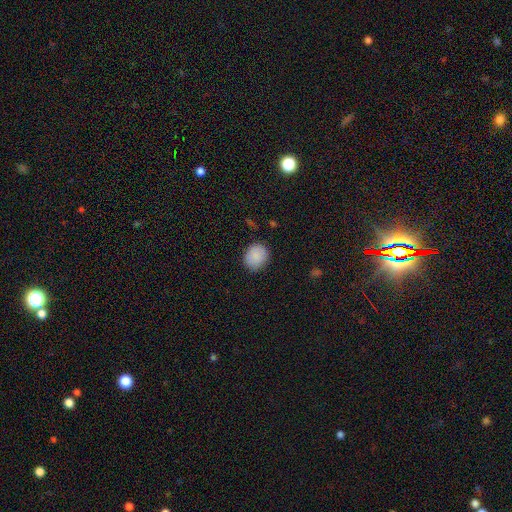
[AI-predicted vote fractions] smooth-or-featured: smooth: 86% | star or artifact: 8% | featured or disk: 6%
  how-rounded: round: 69% | in between: 31% | cigar-shaped: 1%
  merging: none: 83% | minor disturbance: 13% | major disturbance: 3% | merger: 1%